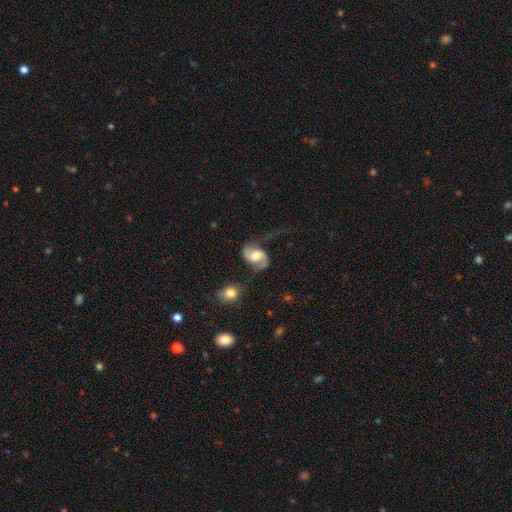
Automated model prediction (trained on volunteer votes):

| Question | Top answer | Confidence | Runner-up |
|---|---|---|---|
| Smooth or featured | featured or disk | 82% | smooth (12%) |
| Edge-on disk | no | 98% | yes (2%) |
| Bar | no | 51% | weak (38%) |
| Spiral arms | yes | 95% | no (5%) |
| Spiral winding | loose | 50% | medium (40%) |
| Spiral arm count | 2 | 92% | can't tell (2%) |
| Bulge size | moderate | 50% | large (30%) |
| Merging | none | 57% | minor disturbance (20%) |